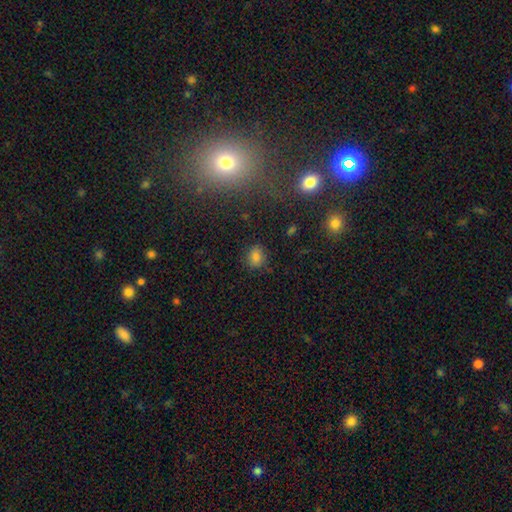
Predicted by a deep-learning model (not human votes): Morphology: type=smooth (78%); roundness=round (52%); merging=none (80%).